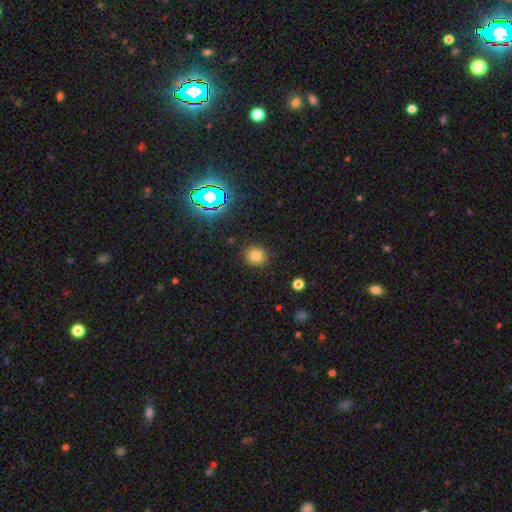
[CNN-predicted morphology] This is likely a smooth galaxy (76%). How rounded: clearly round (88%). Merging: clearly none (89%).